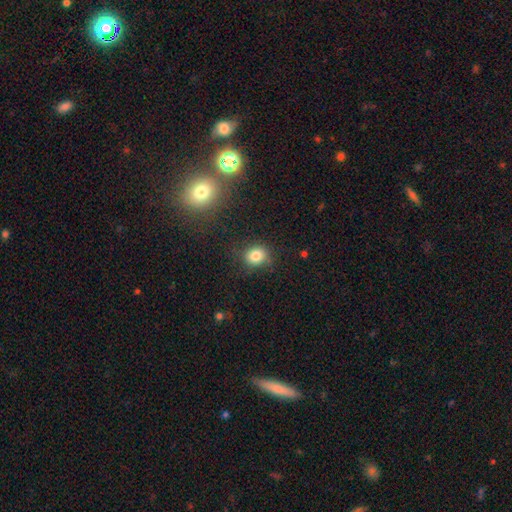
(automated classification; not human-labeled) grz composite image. It shows a smooth galaxy with no disk features (82%) that is round (66%). Merging: none (79%).